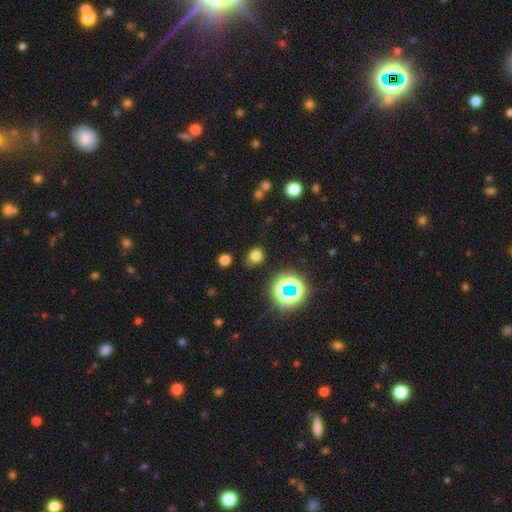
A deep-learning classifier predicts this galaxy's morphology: A smooth galaxy with no disk features (71%) that is round (74%).

Vote fractions:
- Smooth or featured? smooth: 71% / star or artifact: 23% / featured or disk: 6%
- How rounded? round: 74% / in between: 25% / cigar-shaped: 1%
- Merging? none: 80% / minor disturbance: 13% / major disturbance: 4% / merger: 3%